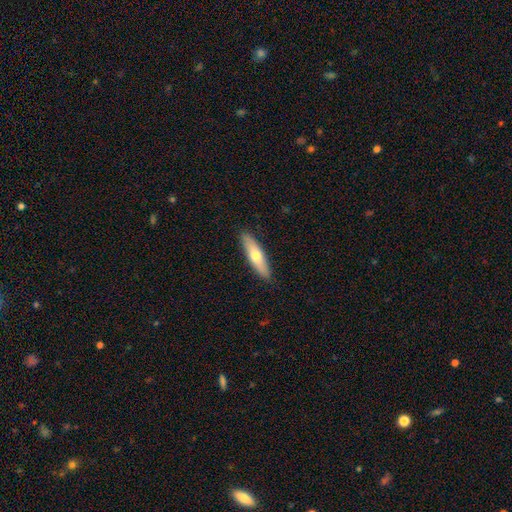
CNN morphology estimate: smooth_or_featured: smooth (p=0.62) [alt: featured or disk p=0.32]
how_rounded: cigar-shaped (p=0.69) [alt: in between p=0.29]
merging: none (p=0.89) [alt: minor disturbance p=0.08]